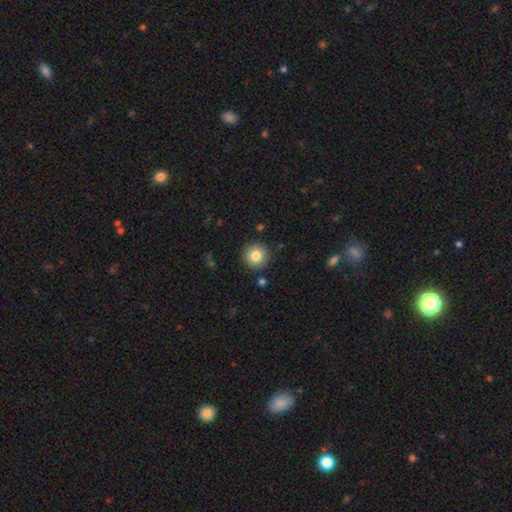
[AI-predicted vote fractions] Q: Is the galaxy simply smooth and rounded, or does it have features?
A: smooth — 83%.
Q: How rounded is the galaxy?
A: round — 95%.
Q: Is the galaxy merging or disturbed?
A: none — 90%.